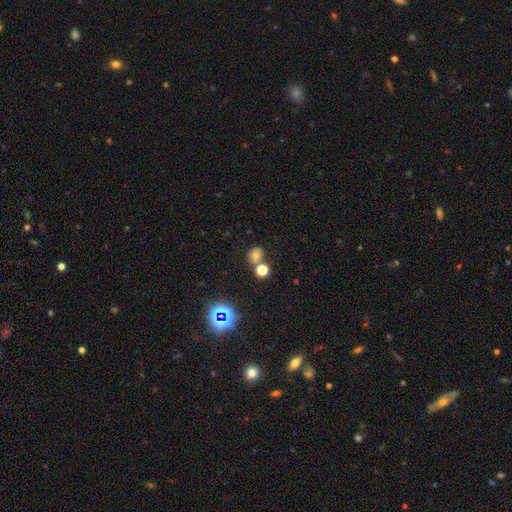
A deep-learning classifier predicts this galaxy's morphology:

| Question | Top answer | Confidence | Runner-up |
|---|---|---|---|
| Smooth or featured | smooth | 62% | star or artifact (25%) |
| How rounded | round | 71% | in between (28%) |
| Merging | none | 60% | merger (26%) |